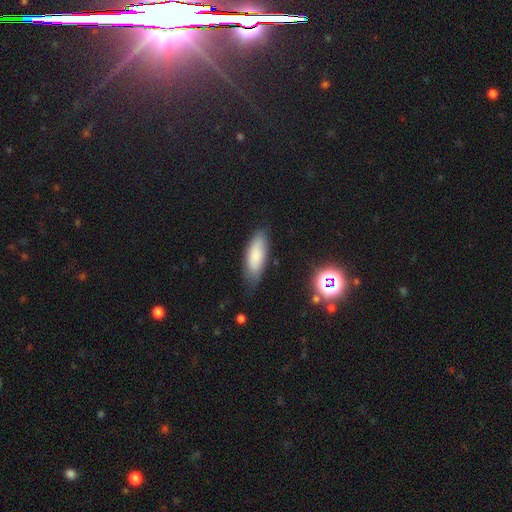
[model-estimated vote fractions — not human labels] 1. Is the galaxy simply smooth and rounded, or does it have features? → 78% smooth, 14% featured or disk, 8% star or artifact.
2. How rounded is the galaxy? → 66% in between, 33% cigar-shaped, 2% round.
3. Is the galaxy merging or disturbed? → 72% none, 21% minor disturbance, 5% major disturbance, 2% merger.